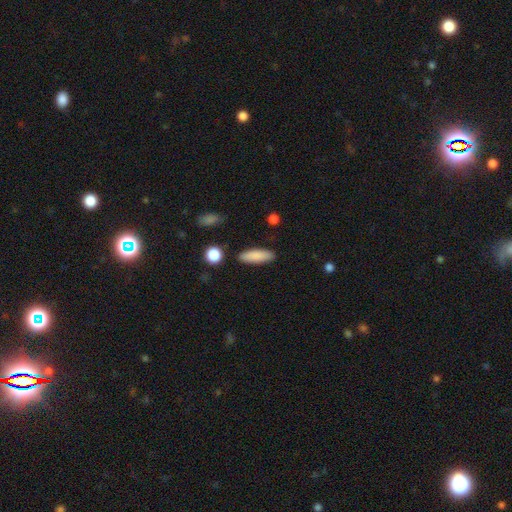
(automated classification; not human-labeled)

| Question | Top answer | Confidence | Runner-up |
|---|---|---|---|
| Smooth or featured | smooth | 86% | featured or disk (7%) |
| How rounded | in between | 52% | cigar-shaped (46%) |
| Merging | none | 87% | minor disturbance (8%) |